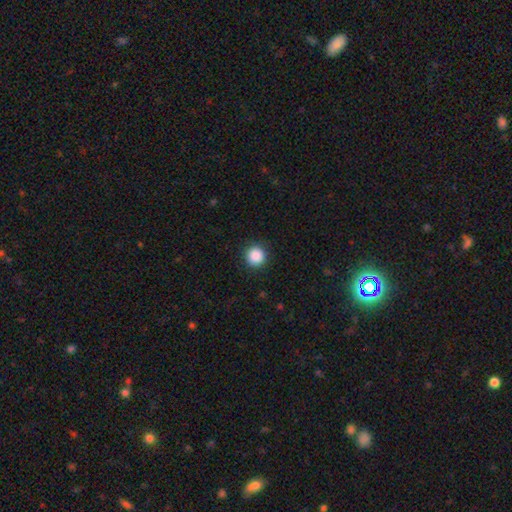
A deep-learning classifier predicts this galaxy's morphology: This is clearly a smooth galaxy (88%). How rounded: clearly round (95%). Merging: clearly none (92%).